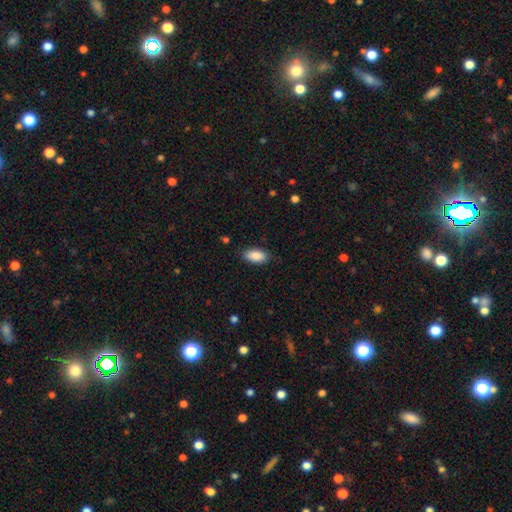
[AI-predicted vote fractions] The model was most divided on "merging": none: 85%, minor disturbance: 11%, major disturbance: 2%, merger: 1%. More confident: how rounded — in between (93%); smooth or featured — smooth (89%).